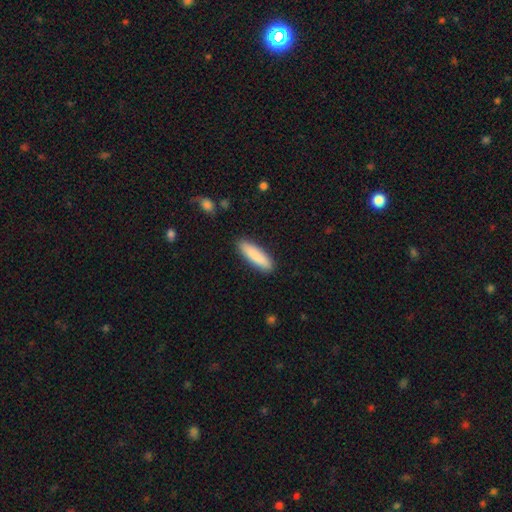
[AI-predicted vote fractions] A smooth galaxy with no disk features (88%) that is cigar-shaped (71%).

Vote fractions:
- Smooth or featured? smooth: 88% / featured or disk: 7% / star or artifact: 6%
- How rounded? cigar-shaped: 71% / in between: 28% / round: 1%
- Merging? none: 89% / minor disturbance: 8% / major disturbance: 2% / merger: 1%